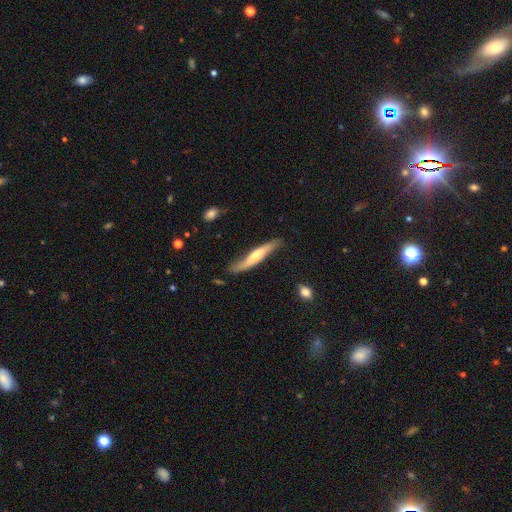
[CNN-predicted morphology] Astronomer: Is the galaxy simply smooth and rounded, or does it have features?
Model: featured or disk — 52% (runner-up: smooth, 43%).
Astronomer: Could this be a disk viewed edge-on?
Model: yes — 73%.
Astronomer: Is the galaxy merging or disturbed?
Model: none — 67%.